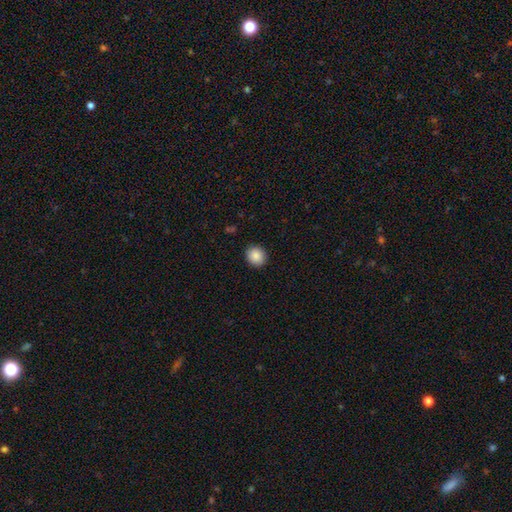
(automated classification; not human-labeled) smooth 88%, star or artifact 8%, featured or disk 4%. Down the decision tree: how rounded — round (76%); merging — none (90%).